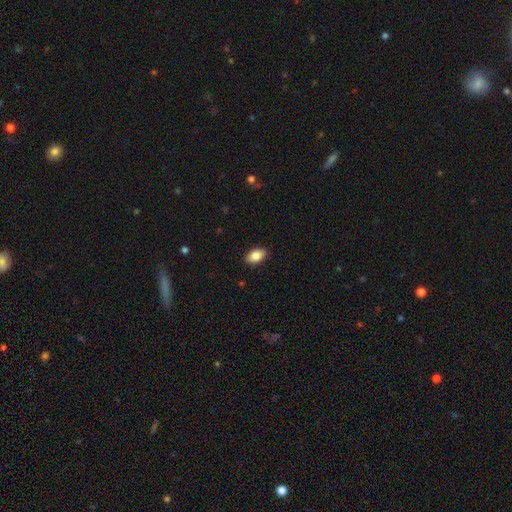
smooth-or-featured: smooth: 87% | featured or disk: 11% | star or artifact: 3%
  how-rounded: in between: 97% | round: 3% | cigar-shaped: 0%
  merging: none: 84% | minor disturbance: 14% | major disturbance: 3% | merger: 0%